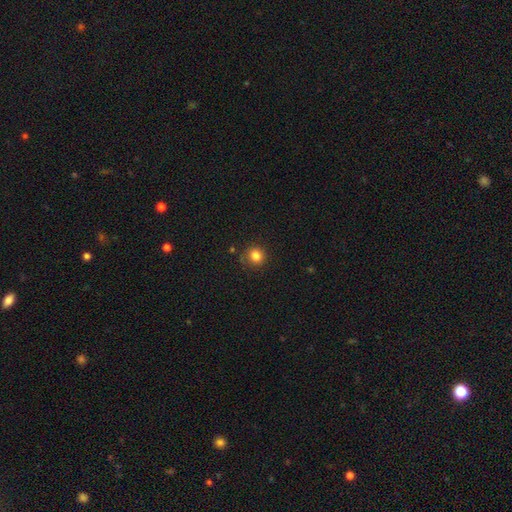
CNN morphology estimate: smooth 83%, star or artifact 12%, featured or disk 5%. Down the decision tree: how rounded — round (91%); merging — none (83%).